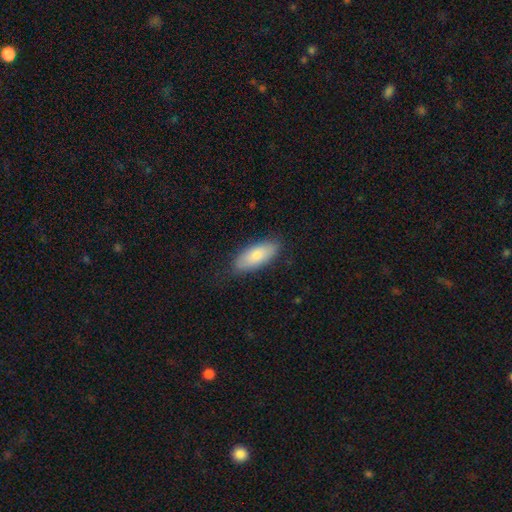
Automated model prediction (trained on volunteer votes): Smooth or featured?
  - smooth: 79% *
  - featured or disk: 15%
  - star or artifact: 6%
How rounded?
  - in between: 80% *
  - cigar-shaped: 18%
  - round: 2%
Merging?
  - none: 84% *
  - minor disturbance: 12%
  - major disturbance: 2%
  - merger: 1%